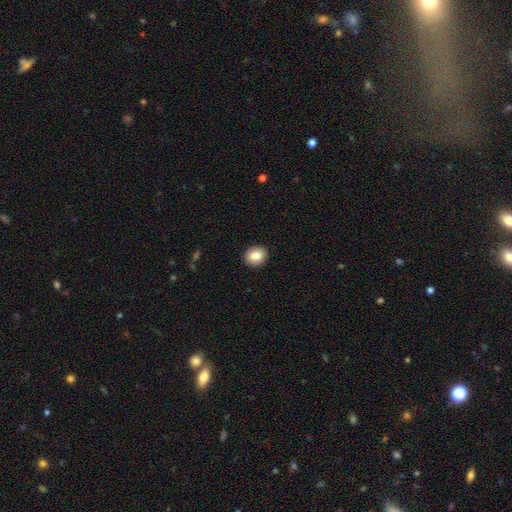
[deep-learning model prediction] This appears to be a smooth galaxy with no disk features (83%) that is round (72%). Merging: none (92%).